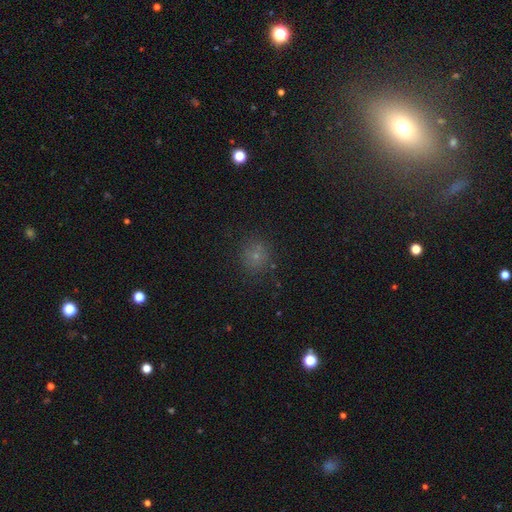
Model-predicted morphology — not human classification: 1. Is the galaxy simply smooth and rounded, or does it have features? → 65% smooth, 26% star or artifact, 9% featured or disk.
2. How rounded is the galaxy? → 88% round, 11% in between, 1% cigar-shaped.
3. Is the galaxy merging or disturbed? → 81% none, 11% minor disturbance, 4% major disturbance, 4% merger.